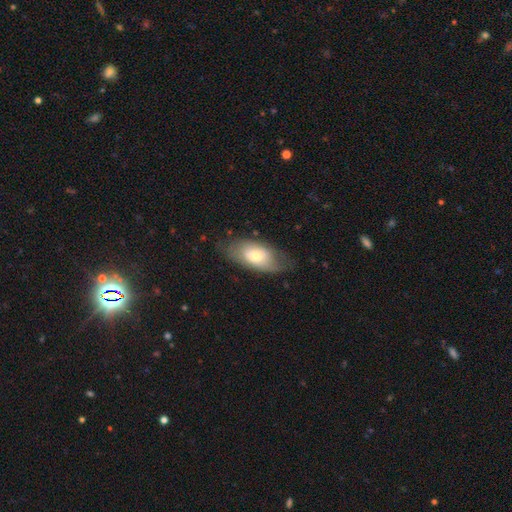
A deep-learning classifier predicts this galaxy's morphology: A smooth galaxy with no disk features (60%) that is in between round and cigar-shaped (90%).

Vote fractions:
- Smooth or featured? smooth: 60% / featured or disk: 33% / star or artifact: 7%
- How rounded? in between: 90% / cigar-shaped: 5% / round: 5%
- Merging? none: 69% / minor disturbance: 22% / major disturbance: 8% / merger: 1%